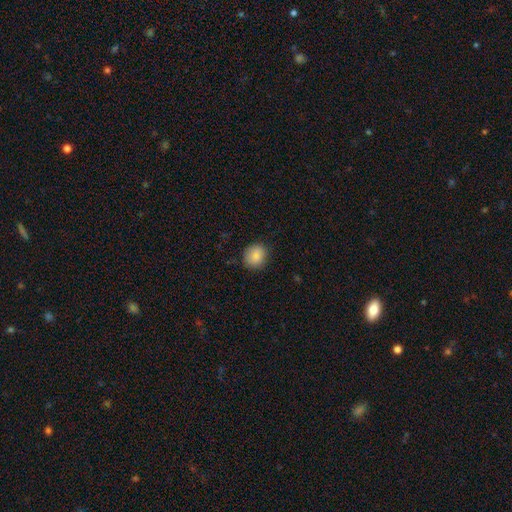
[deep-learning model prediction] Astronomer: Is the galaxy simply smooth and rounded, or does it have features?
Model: smooth — 86%.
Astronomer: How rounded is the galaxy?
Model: round — 79%.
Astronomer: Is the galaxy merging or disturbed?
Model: none — 85%.